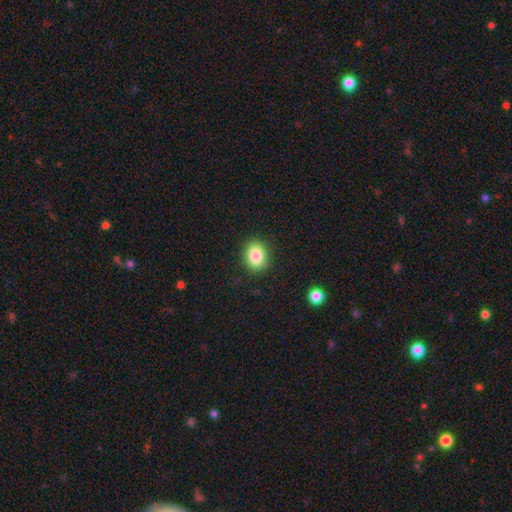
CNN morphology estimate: Overall: smooth (86%). How rounded: in between (57%; round 42%). Merging: none (88%).